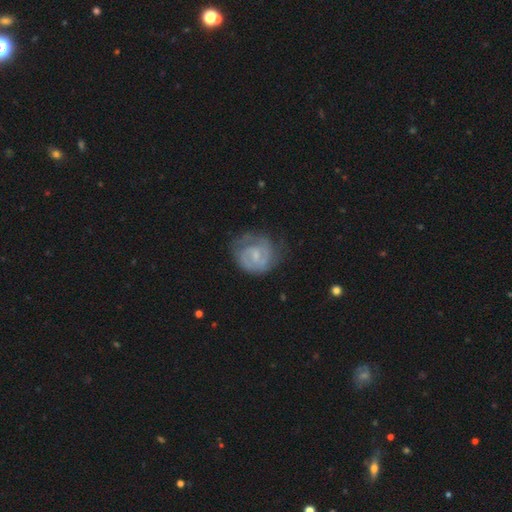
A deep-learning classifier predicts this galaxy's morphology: Q: Smooth or featured?
A: featured or disk (75%); runner-up: smooth (19%)
Q: Edge-on disk?
A: no (98%); runner-up: yes (2%)
Q: Bar?
A: weak (53%); runner-up: no (38%)
Q: Spiral arms?
A: yes (90%); runner-up: no (10%)
Q: Spiral winding?
A: tight (52%); runner-up: medium (37%)
Q: Spiral arm count?
A: 2 (59%); runner-up: can't tell (22%)
Q: Bulge size?
A: small (59%); runner-up: moderate (22%)
Q: Merging?
A: none (62%); runner-up: minor disturbance (23%)